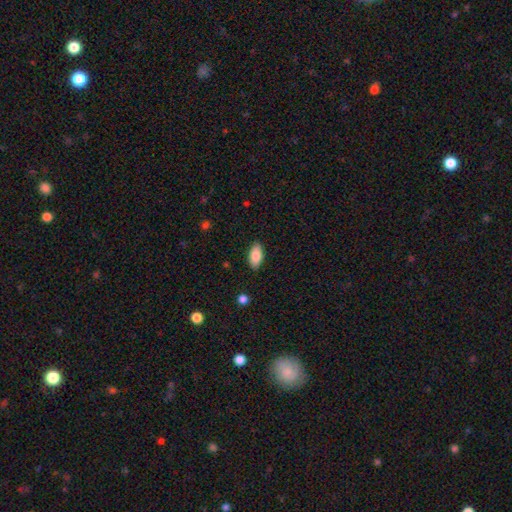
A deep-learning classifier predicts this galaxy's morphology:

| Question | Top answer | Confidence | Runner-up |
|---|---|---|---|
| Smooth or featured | smooth | 83% | featured or disk (10%) |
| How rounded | in between | 90% | cigar-shaped (7%) |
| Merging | none | 88% | minor disturbance (9%) |